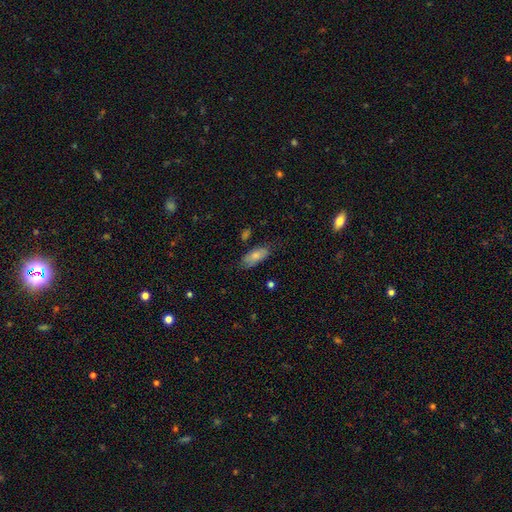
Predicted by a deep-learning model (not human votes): This is likely a smooth galaxy (76%). How rounded: clearly in between (84%). Merging: likely none (69%).